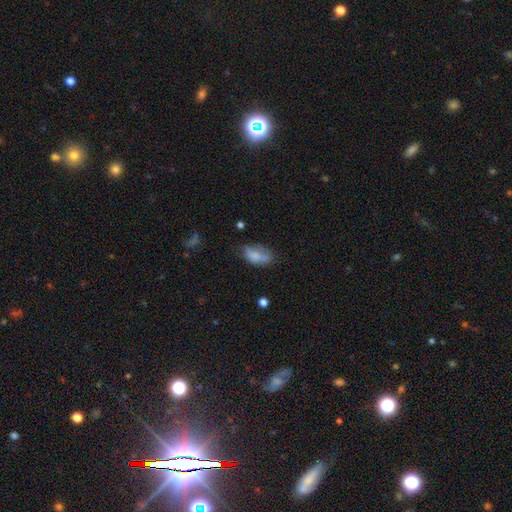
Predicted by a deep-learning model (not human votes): Smooth or featured?
  - smooth: 73% *
  - featured or disk: 18%
  - star or artifact: 9%
How rounded?
  - in between: 91% *
  - round: 6%
  - cigar-shaped: 4%
Merging?
  - none: 45% *
  - minor disturbance: 30%
  - major disturbance: 14%
  - merger: 11%